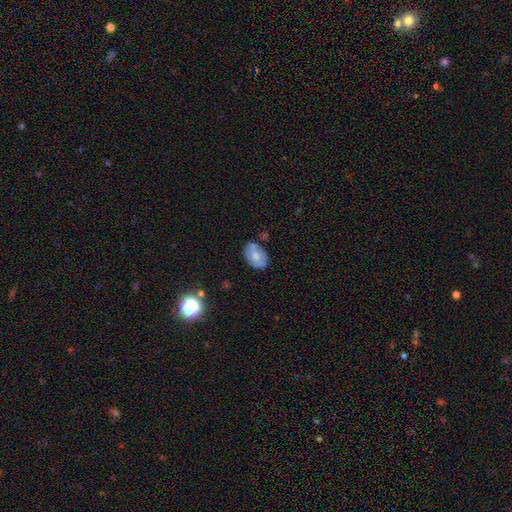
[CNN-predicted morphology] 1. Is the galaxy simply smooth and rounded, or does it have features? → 63% smooth, 29% featured or disk, 8% star or artifact.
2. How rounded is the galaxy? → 84% in between, 15% round, 1% cigar-shaped.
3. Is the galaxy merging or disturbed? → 67% none, 23% minor disturbance, 5% merger, 5% major disturbance.